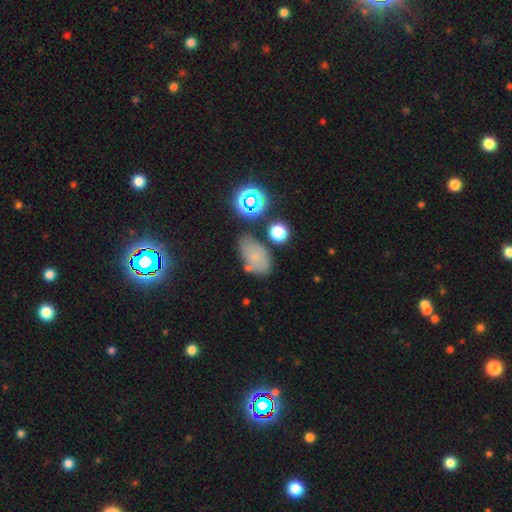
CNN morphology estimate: A smooth galaxy with no disk features (59%) that is in between round and cigar-shaped (86%).

Vote fractions:
- Smooth or featured? smooth: 59% / star or artifact: 22% / featured or disk: 19%
- How rounded? in between: 86% / round: 12% / cigar-shaped: 2%
- Merging? none: 64% / minor disturbance: 19% / merger: 11% / major disturbance: 6%